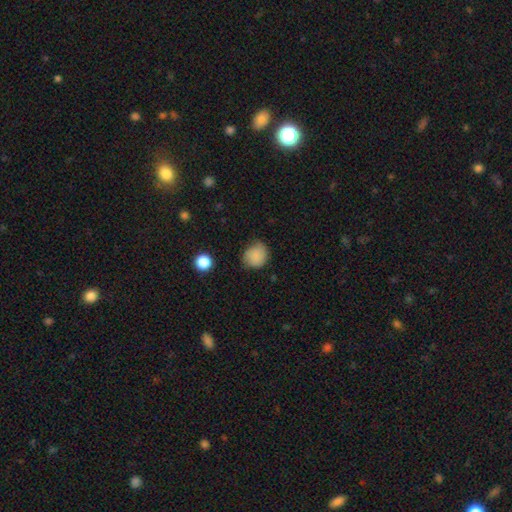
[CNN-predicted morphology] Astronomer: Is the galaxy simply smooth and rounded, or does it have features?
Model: smooth — 84%.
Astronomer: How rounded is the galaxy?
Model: round — 76%.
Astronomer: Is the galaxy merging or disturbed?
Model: none — 66%.